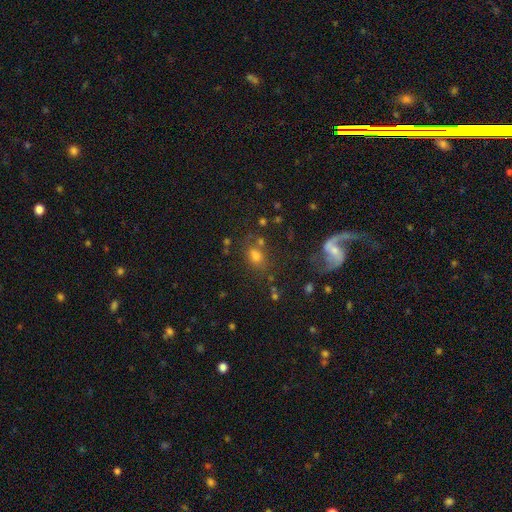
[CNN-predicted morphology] Smooth or featured: smooth — 58% (featured or disk — 23%)
How rounded: in between — 55% (round — 43%)
Merging: none — 64% (minor disturbance — 16%)